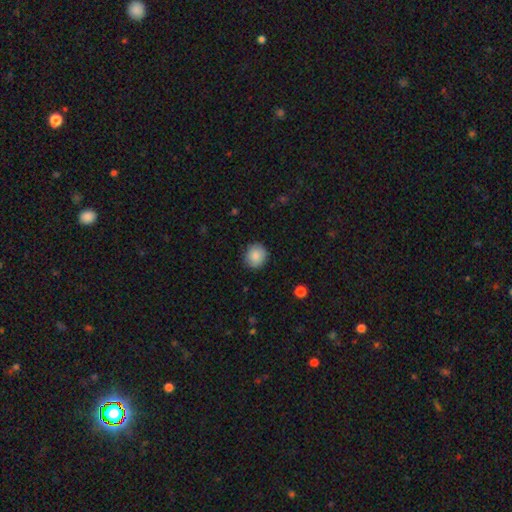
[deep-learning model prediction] smooth-or-featured: smooth: 87% | star or artifact: 8% | featured or disk: 5%
  how-rounded: round: 85% | in between: 14% | cigar-shaped: 1%
  merging: none: 88% | minor disturbance: 9% | major disturbance: 2% | merger: 1%